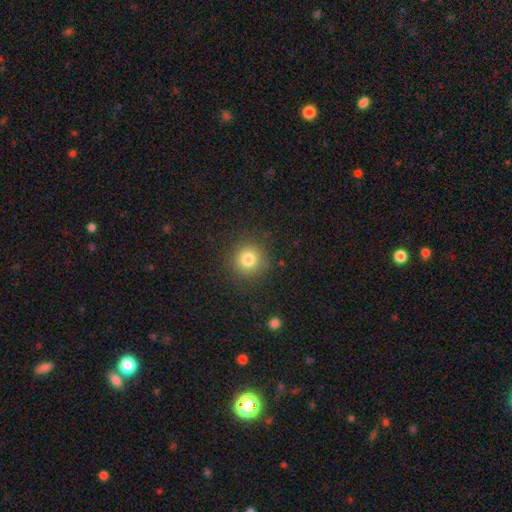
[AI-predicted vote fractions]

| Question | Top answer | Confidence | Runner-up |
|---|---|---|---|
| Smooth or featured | smooth | 69% | star or artifact (25%) |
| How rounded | round | 96% | in between (3%) |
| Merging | none | 93% | minor disturbance (4%) |